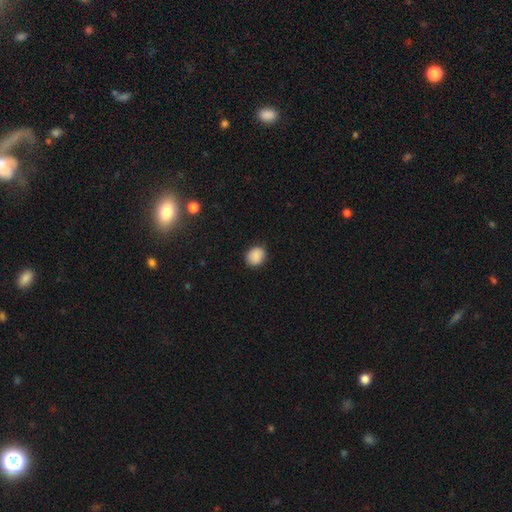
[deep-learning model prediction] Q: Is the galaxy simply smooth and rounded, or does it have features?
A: smooth — 88%.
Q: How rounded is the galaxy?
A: round — 61%.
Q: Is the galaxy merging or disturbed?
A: none — 85%.